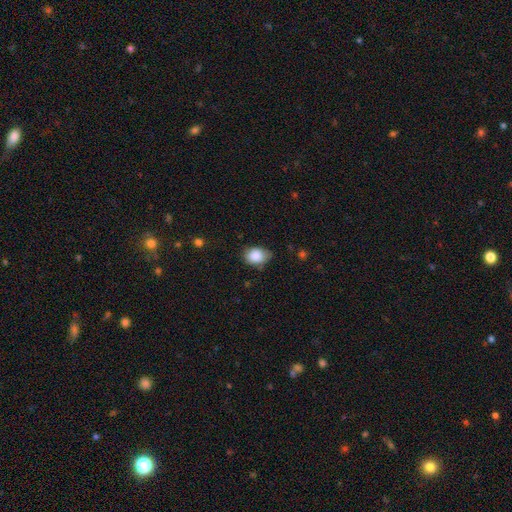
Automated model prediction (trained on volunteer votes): Smooth or featured: smooth — 87% (star or artifact — 8%)
How rounded: in between — 67% (round — 32%)
Merging: none — 60% (minor disturbance — 31%)